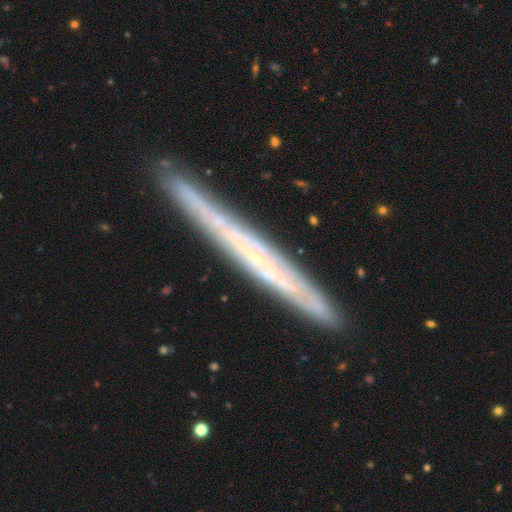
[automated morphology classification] Smooth or featured: featured or disk — 72% (smooth — 21%)
Edge-on disk: yes — 91% (no — 9%)
Edge-on bulge: none — 84% (rounded — 11%)
Merging: none — 87% (minor disturbance — 10%)